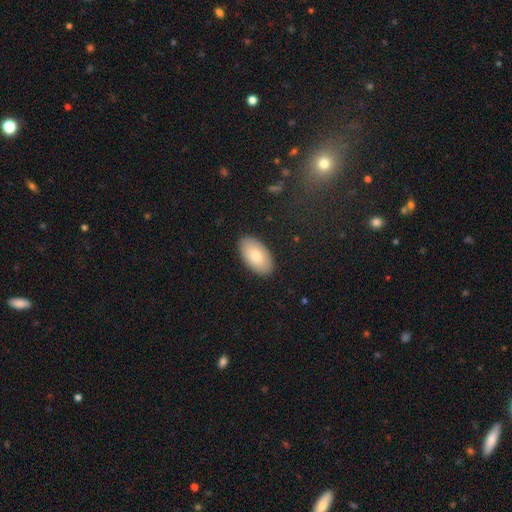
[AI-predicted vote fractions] Morphology: type=smooth (81%); roundness=in between (96%); merging=none (88%).